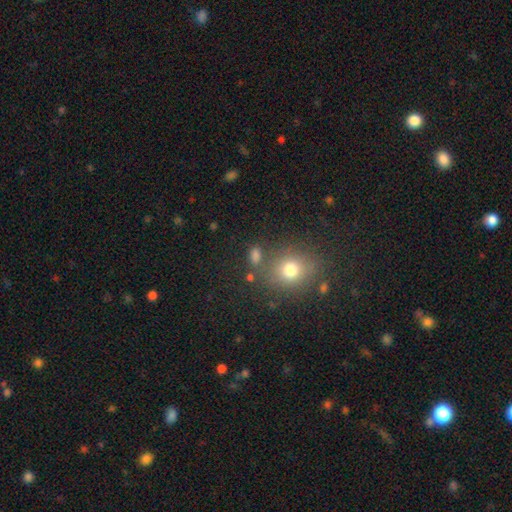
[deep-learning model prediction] A smooth galaxy with no disk features (73%) that is in between round and cigar-shaped (61%).

Vote fractions:
- Smooth or featured? smooth: 73% / star or artifact: 19% / featured or disk: 8%
- How rounded? in between: 61% / round: 36% / cigar-shaped: 4%
- Merging? none: 70% / merger: 12% / minor disturbance: 12% / major disturbance: 6%